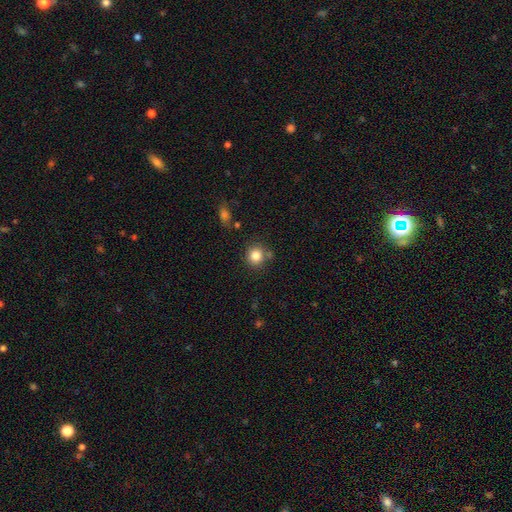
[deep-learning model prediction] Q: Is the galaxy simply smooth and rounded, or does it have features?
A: smooth — 83%.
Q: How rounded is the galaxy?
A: round — 89%.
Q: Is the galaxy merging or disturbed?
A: none — 79%.